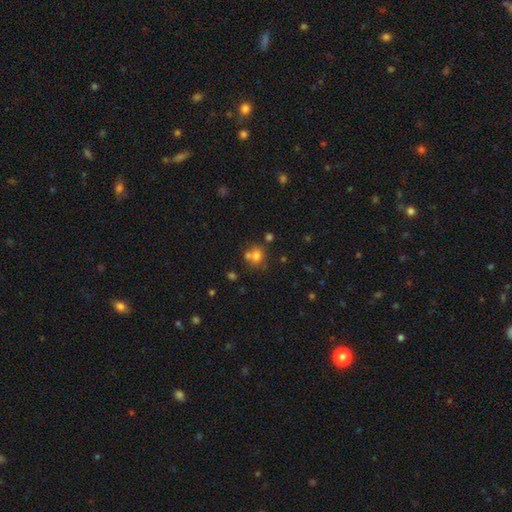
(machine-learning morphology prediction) type=smooth (71%); roundness=round (73%); merging=none (52%).